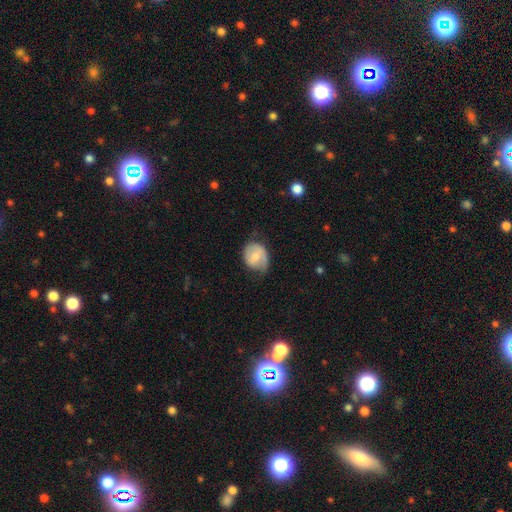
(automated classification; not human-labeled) smooth 51%, featured or disk 43%, star or artifact 7%. Down the decision tree: how rounded — round (54%); merging — none (50%).